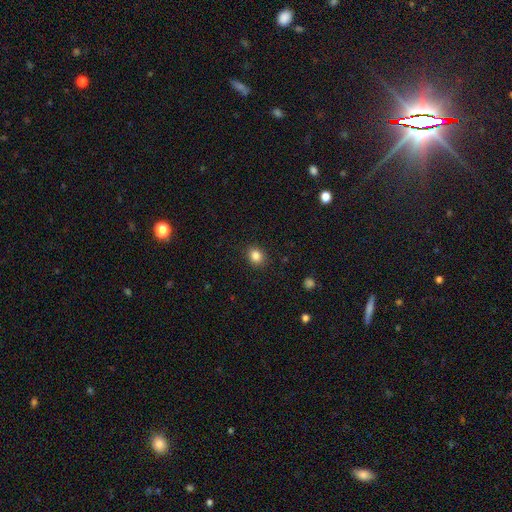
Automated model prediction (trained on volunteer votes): This is clearly a smooth galaxy (85%). How rounded: likely round (62%). Merging: clearly none (89%).